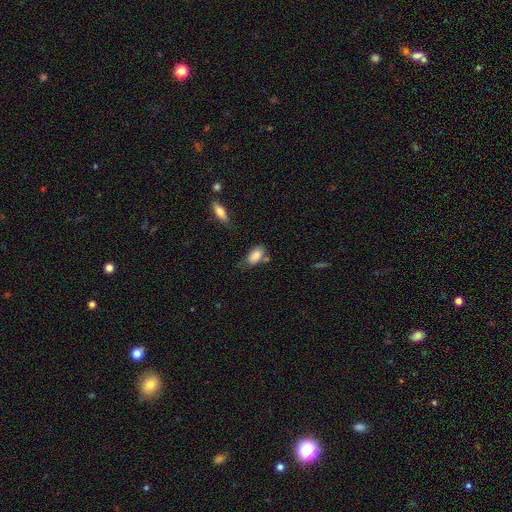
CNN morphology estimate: This is clearly a smooth galaxy (85%). How rounded: clearly in between (91%). Merging: possibly none (56%).